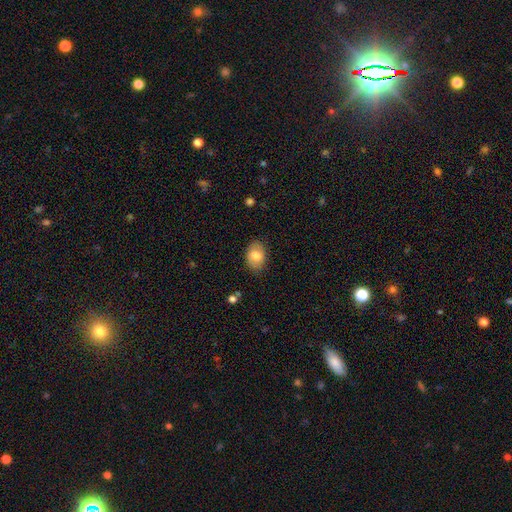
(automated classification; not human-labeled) Smooth or featured: smooth — 80% (featured or disk — 13%)
How rounded: in between — 80% (round — 19%)
Merging: none — 84% (minor disturbance — 12%)